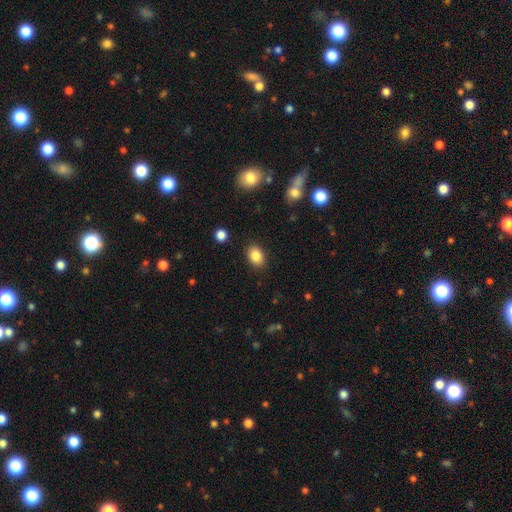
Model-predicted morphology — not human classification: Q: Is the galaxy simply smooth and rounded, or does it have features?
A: smooth — 86%.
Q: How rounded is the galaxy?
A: in between — 78%.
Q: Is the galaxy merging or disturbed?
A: none — 87%.